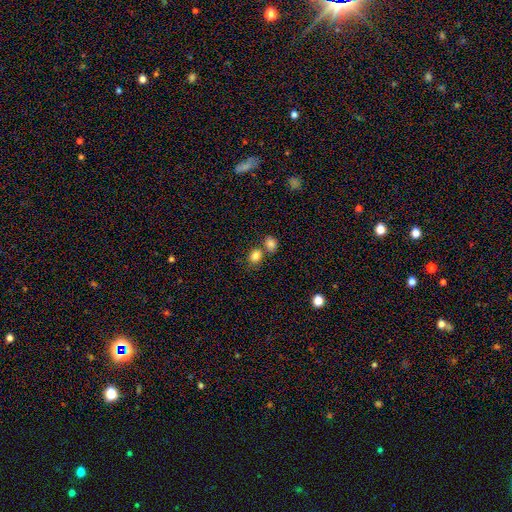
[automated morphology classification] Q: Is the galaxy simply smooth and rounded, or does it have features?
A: smooth — 83%.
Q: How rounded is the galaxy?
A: round — 60%.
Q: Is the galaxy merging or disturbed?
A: none — 53%.